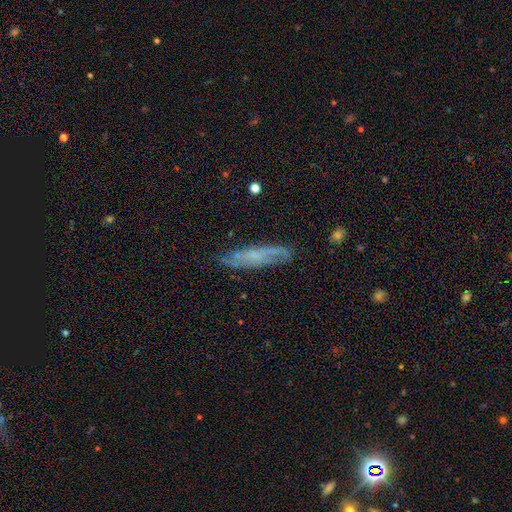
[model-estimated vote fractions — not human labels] Overall: featured or disk (60%; smooth 30%). Edge-on disk: no (54%; yes 46%). Merging: none (74%).